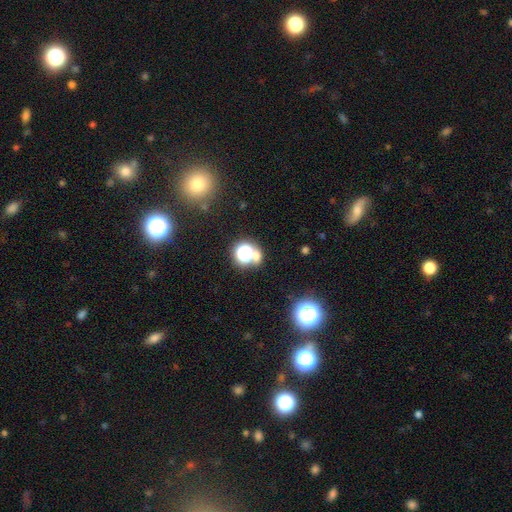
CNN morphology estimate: A smooth galaxy with no disk features (46%). Merging: none (65%).